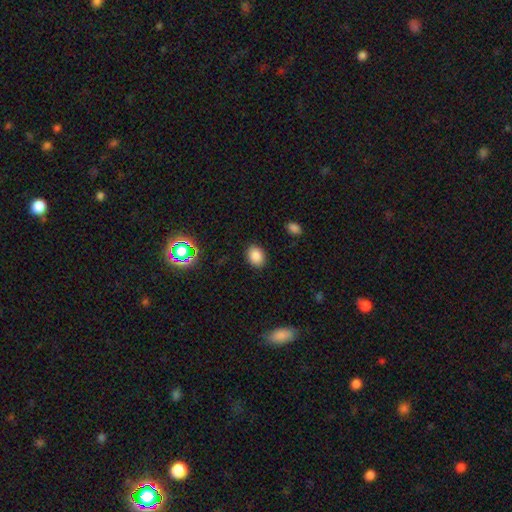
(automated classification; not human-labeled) Q: Smooth or featured?
A: smooth (84%); runner-up: star or artifact (11%)
Q: How rounded?
A: in between (62%); runner-up: round (37%)
Q: Merging?
A: none (87%); runner-up: minor disturbance (9%)